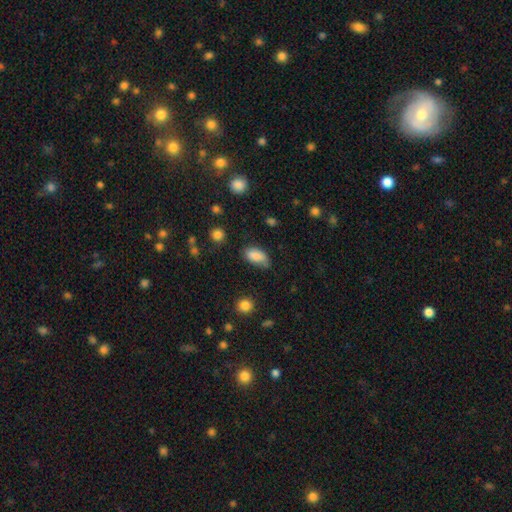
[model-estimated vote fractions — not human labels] This is clearly a smooth galaxy (84%). How rounded: clearly in between (91%). Merging: likely none (61%).